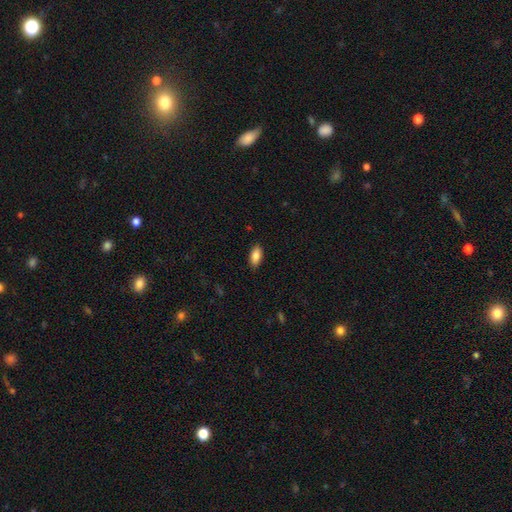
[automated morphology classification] Smooth or featured? smooth (85%)
How rounded? in between (89%)
Merging? none (87%)